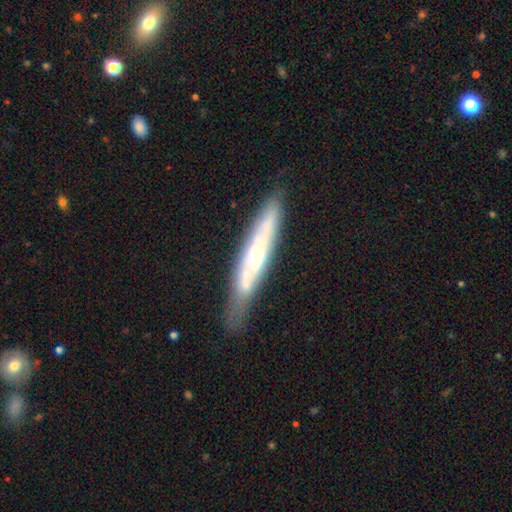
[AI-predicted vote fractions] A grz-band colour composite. It shows a featured or disk galaxy (62%) viewed edge-on (71%). Merging: none (73%).